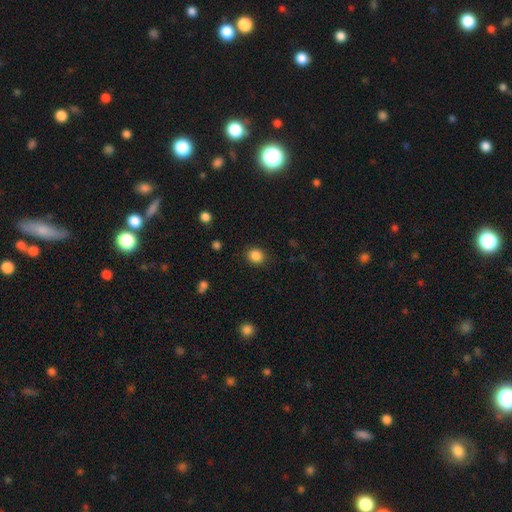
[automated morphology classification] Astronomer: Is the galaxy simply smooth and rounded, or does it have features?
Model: smooth — 86%.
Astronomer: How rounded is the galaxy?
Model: round — 75%.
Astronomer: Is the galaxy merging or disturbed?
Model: none — 88%.